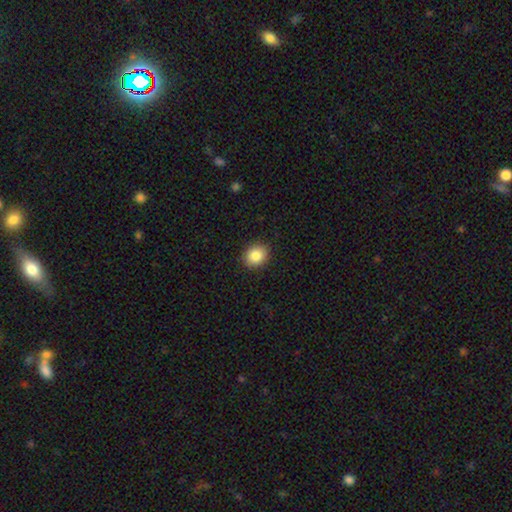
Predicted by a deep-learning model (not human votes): Smooth or featured? Predicted: smooth (p=0.85). How rounded? Predicted: round (p=0.61). Merging? Predicted: none (p=0.89).